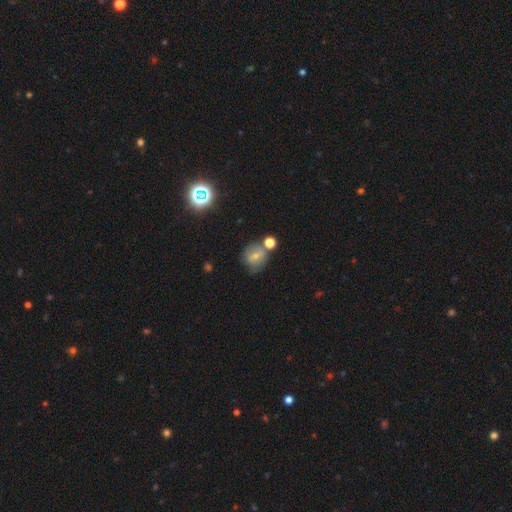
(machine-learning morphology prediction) A smooth galaxy with no disk features (60%) that is round (76%).

Vote fractions:
- Smooth or featured? smooth: 60% / featured or disk: 26% / star or artifact: 14%
- How rounded? round: 76% / in between: 22% / cigar-shaped: 1%
- Merging? none: 57% / merger: 21% / minor disturbance: 16% / major disturbance: 6%